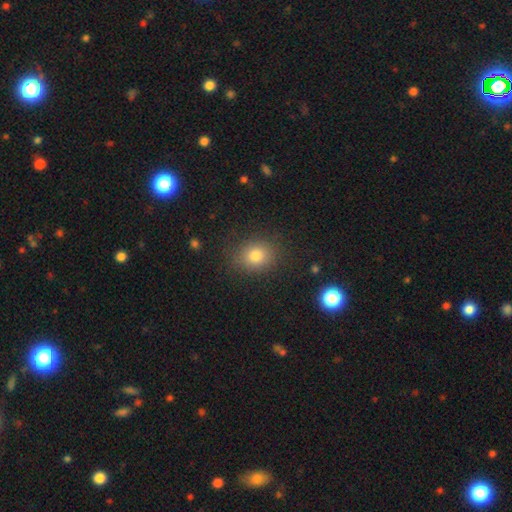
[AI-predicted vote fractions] smooth_or_featured: smooth (p=0.79) [alt: star or artifact p=0.12]
how_rounded: round (p=0.62) [alt: in between p=0.37]
merging: none (p=0.83) [alt: minor disturbance p=0.11]